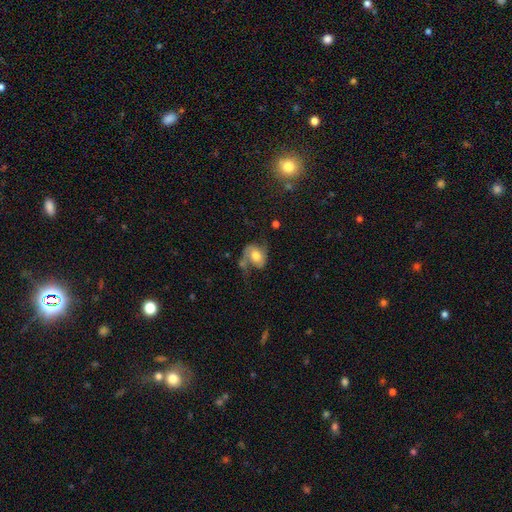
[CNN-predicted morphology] The model was most divided on "merging": none: 43%, major disturbance: 25%, minor disturbance: 22%, merger: 10%. More confident: edge-on disk — no (97%); spiral arms — yes (85%); bulge size — moderate (62%); smooth or featured — featured or disk (58%); bar — no (58%).